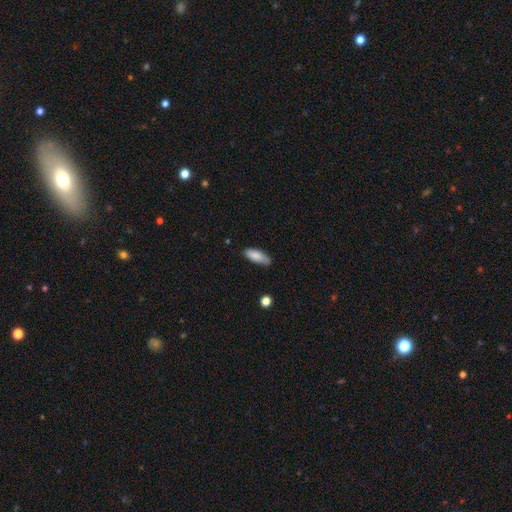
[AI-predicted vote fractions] Smooth or featured? smooth (84%)
How rounded? in between (72%)
Merging? none (68%)